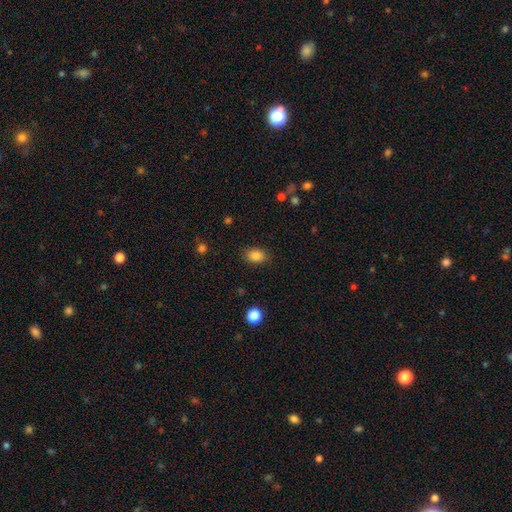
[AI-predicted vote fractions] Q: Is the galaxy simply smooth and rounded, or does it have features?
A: smooth — 86%.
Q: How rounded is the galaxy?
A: in between — 80%.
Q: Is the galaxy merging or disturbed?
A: none — 85%.